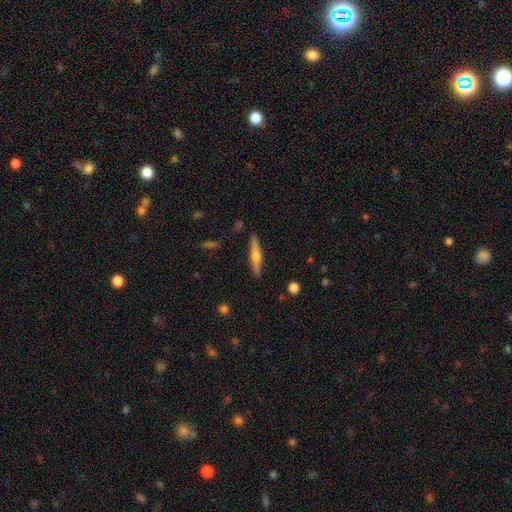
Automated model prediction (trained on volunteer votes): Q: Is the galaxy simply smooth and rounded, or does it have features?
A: featured or disk — 59%.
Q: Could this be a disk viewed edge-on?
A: yes — 97%.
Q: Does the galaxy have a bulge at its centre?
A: rounded — 86%.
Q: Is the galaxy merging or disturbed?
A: none — 90%.